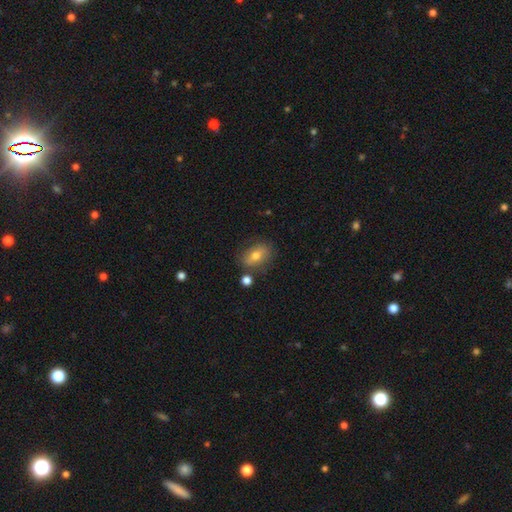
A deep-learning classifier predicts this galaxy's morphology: Smooth or featured: smooth — 70% (featured or disk — 20%)
How rounded: in between — 77% (round — 20%)
Merging: none — 76% (minor disturbance — 14%)